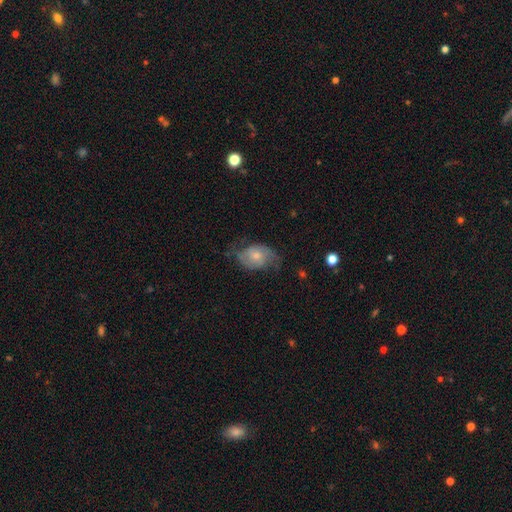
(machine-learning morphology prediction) Smooth or featured: featured or disk — 59% (smooth — 33%)
Edge-on disk: no — 96% (yes — 4%)
Bar: no — 71% (weak — 25%)
Spiral arms: yes — 83% (no — 17%)
Bulge size: moderate — 48% (small — 40%)
Merging: none — 54% (minor disturbance — 27%)